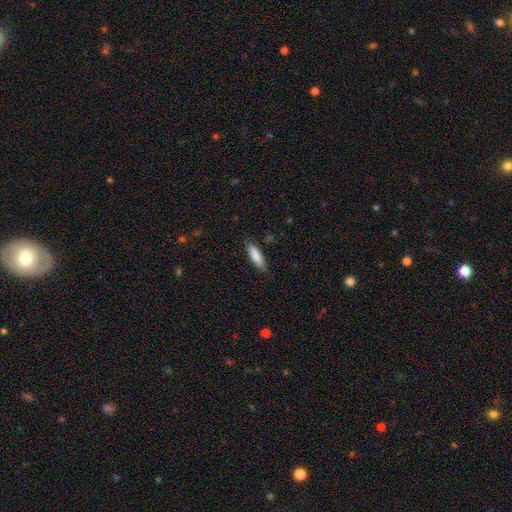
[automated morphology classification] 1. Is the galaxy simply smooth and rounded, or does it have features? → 84% smooth, 10% featured or disk, 6% star or artifact.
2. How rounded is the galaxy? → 62% cigar-shaped, 37% in between, 1% round.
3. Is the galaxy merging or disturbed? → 82% none, 14% minor disturbance, 2% major disturbance, 1% merger.